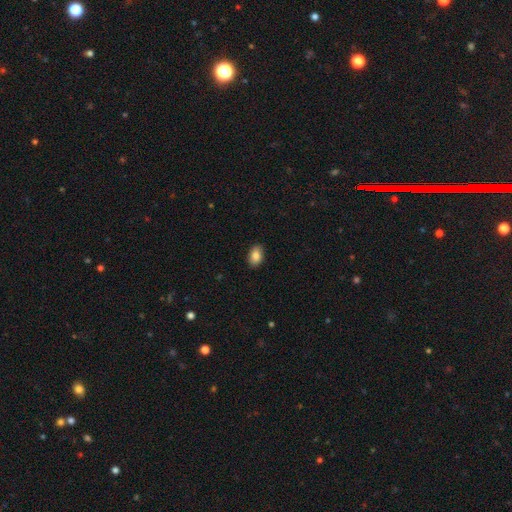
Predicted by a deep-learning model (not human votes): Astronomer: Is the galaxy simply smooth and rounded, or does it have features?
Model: smooth — 85%.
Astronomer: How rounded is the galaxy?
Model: in between — 85%.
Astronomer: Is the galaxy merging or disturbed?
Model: none — 89%.